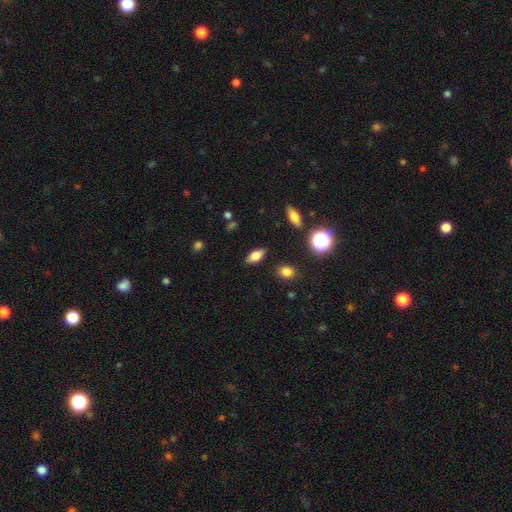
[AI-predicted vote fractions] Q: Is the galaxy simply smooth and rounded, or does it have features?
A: smooth — 66%.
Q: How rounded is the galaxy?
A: in between — 80%.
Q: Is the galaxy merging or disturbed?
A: none — 83%.